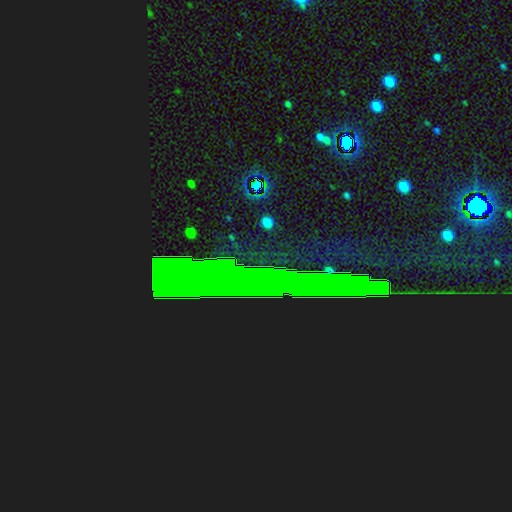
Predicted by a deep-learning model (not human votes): Overall: star or artifact (72%).